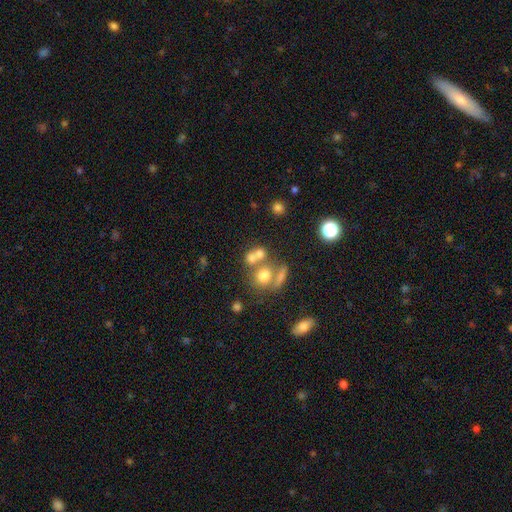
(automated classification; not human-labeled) A smooth galaxy with no disk features (63%) that is round (73%). Merging: merger (47%).